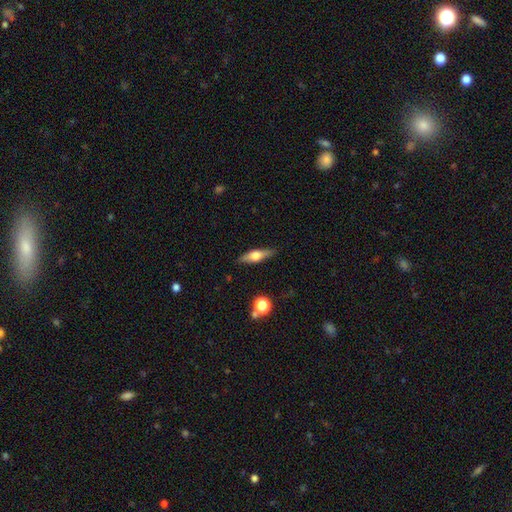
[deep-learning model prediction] Smooth or featured? Predicted: featured or disk (p=0.47). Merging? Predicted: none (p=0.85).